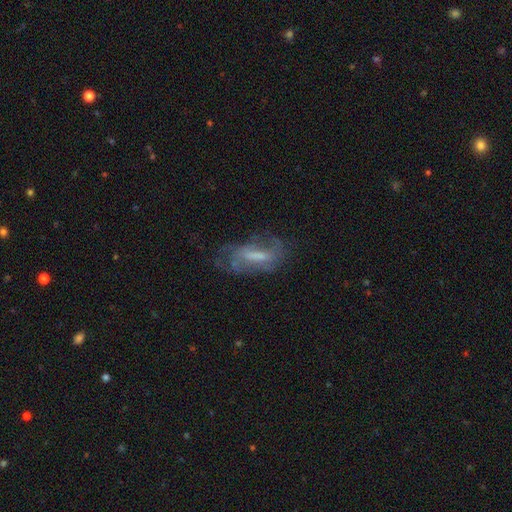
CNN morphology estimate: This appears to be a featured or disk galaxy (63%) with a weak bar (42%), spiral arms (68%) and a moderate central bulge (32%). Merging: none (53%).